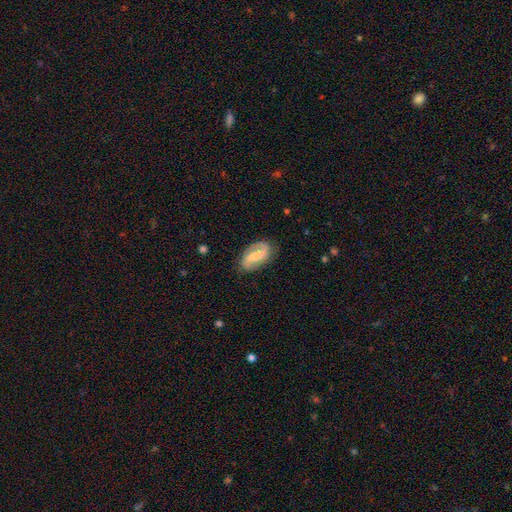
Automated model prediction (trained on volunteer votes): Overall: featured or disk (73%). Edge-on disk: no (96%). Bar: weak (42%; strong 39%). Spiral arms: yes (91%). Spiral arm count: 2 (83%). Spiral winding: medium (43%; loose 35%). Bulge size: moderate (38%; small 36%). Merging: none (77%).